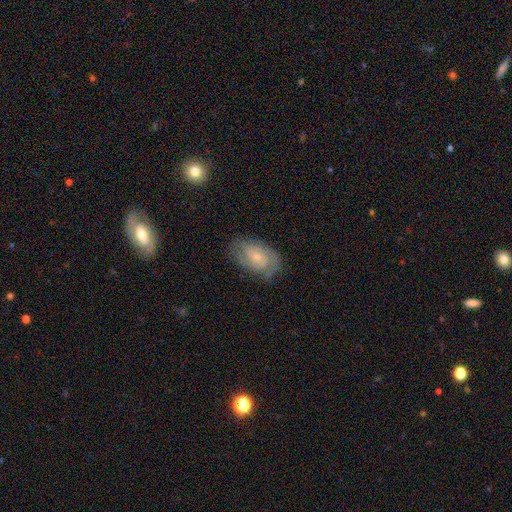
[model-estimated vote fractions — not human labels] Smooth or featured? Predicted: featured or disk (p=0.66). Edge-on disk? Predicted: no (p=0.96). Bar? Predicted: no (p=0.60). Spiral arms? Predicted: yes (p=0.90). Spiral winding? Predicted: tight (p=0.54). Spiral arm count? Predicted: 2 (p=0.55). Bulge size? Predicted: small (p=0.66). Merging? Predicted: none (p=0.75).